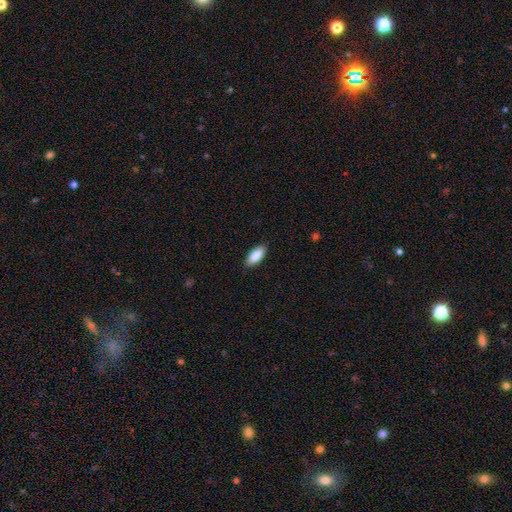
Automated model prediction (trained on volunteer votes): Smooth or featured?
  - smooth: 86% *
  - featured or disk: 8%
  - star or artifact: 6%
How rounded?
  - in between: 87% *
  - cigar-shaped: 12%
  - round: 2%
Merging?
  - none: 89% *
  - minor disturbance: 8%
  - major disturbance: 2%
  - merger: 1%